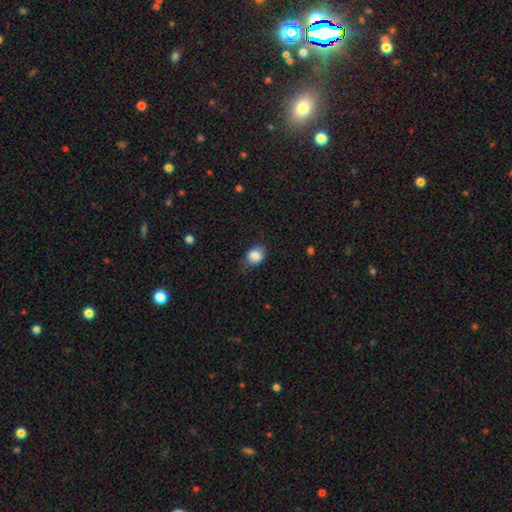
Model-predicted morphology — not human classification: smooth-or-featured: smooth: 84% | star or artifact: 8% | featured or disk: 8%
  how-rounded: in between: 64% | round: 34% | cigar-shaped: 1%
  merging: none: 69% | minor disturbance: 25% | major disturbance: 6% | merger: 1%